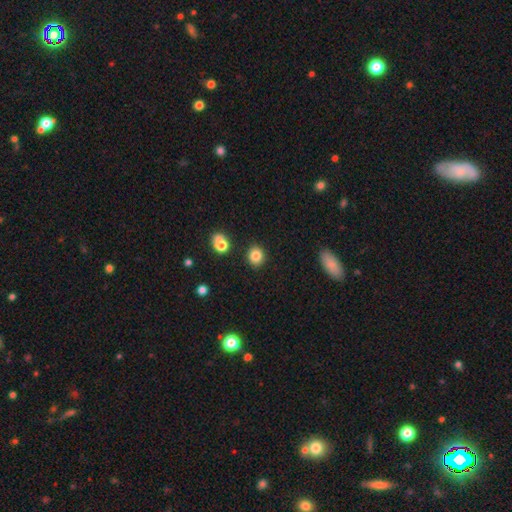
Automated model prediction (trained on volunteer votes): Smooth or featured? Predicted: smooth (p=0.83). How rounded? Predicted: round (p=0.76). Merging? Predicted: none (p=0.87).